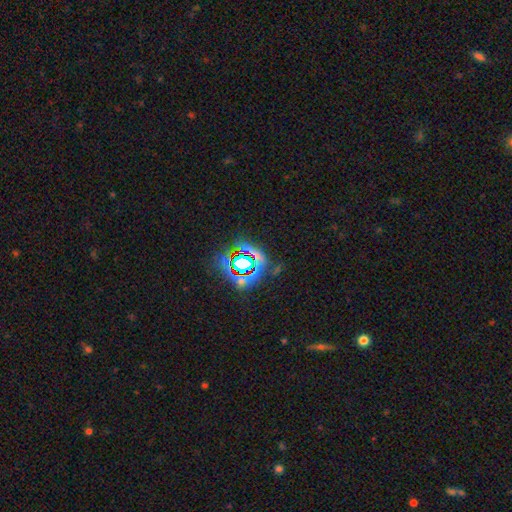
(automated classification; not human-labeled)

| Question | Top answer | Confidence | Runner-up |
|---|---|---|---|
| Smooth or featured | star or artifact | 71% | smooth (19%) |